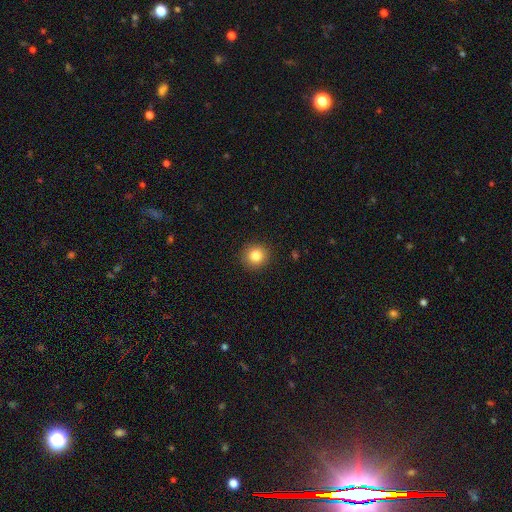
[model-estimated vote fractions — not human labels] The model was most divided on "smooth or featured": smooth: 83%, star or artifact: 11%, featured or disk: 6%. More confident: how rounded — round (92%); merging — none (92%).